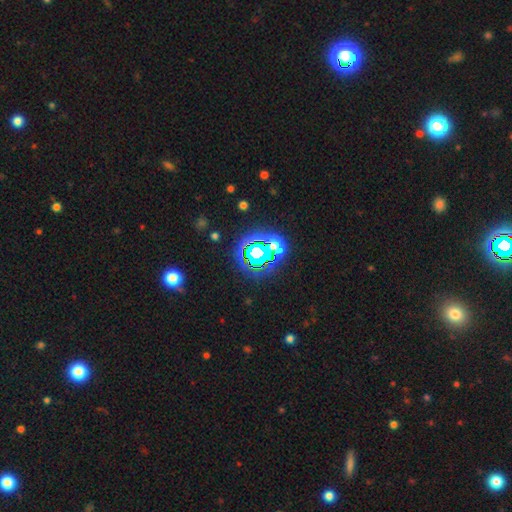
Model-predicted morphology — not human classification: Smooth or featured: star or artifact — 73% (smooth — 16%)